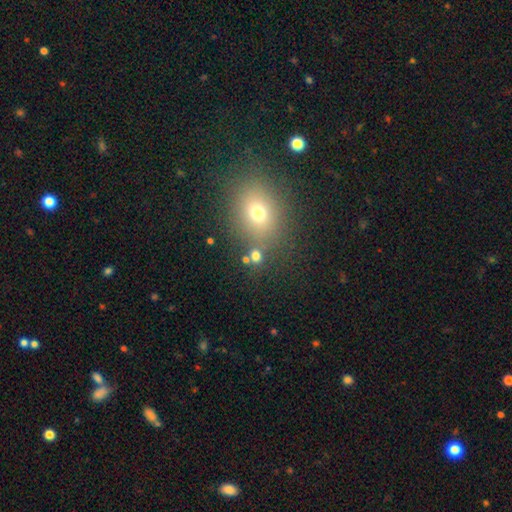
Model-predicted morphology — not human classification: The model was most divided on "smooth or featured": smooth: 71%, star or artifact: 21%, featured or disk: 9%. More confident: how rounded — round (79%); merging — none (72%).